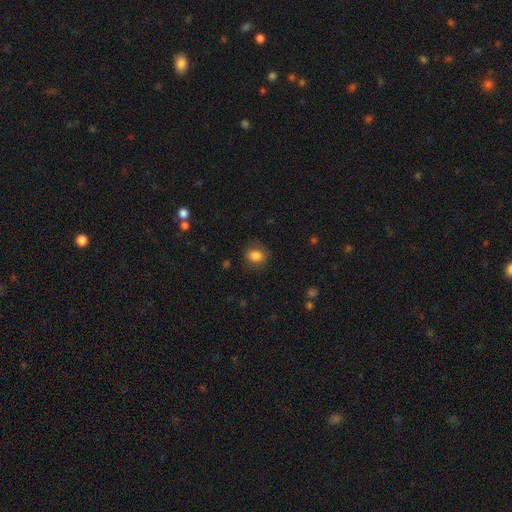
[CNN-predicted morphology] type=smooth (83%); roundness=round (61%); merging=none (76%).